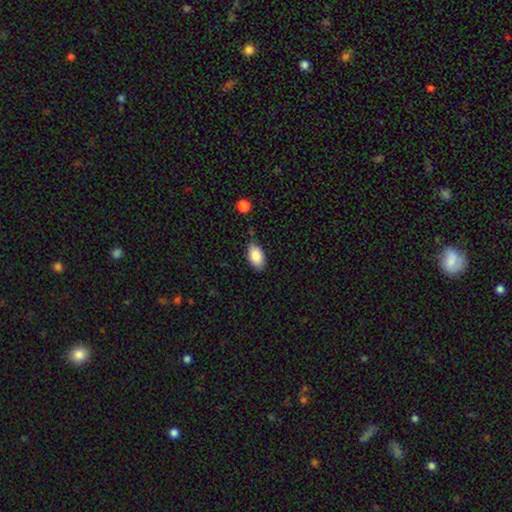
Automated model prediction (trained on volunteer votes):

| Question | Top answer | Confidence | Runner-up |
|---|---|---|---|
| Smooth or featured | smooth | 86% | star or artifact (7%) |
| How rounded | in between | 93% | round (4%) |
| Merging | none | 78% | minor disturbance (16%) |